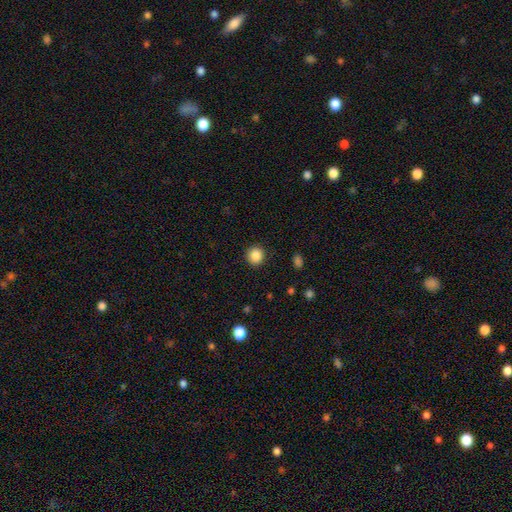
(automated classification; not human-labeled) Smooth or featured? smooth (87%)
How rounded? round (92%)
Merging? none (91%)